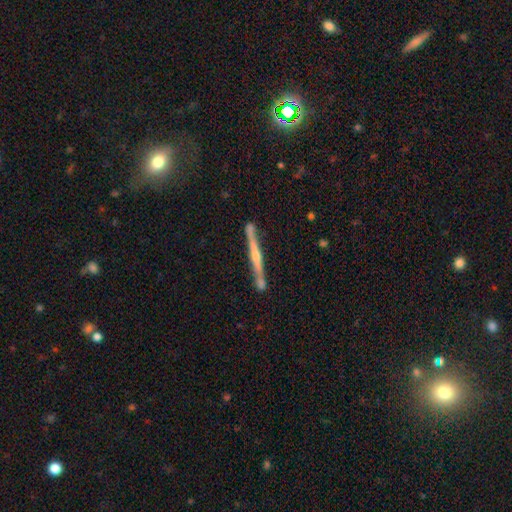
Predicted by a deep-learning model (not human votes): Smooth or featured? Predicted: featured or disk (p=0.78). Edge-on disk? Predicted: yes (p=0.98). Edge-on bulge? Predicted: rounded (p=0.78). Merging? Predicted: none (p=0.81).